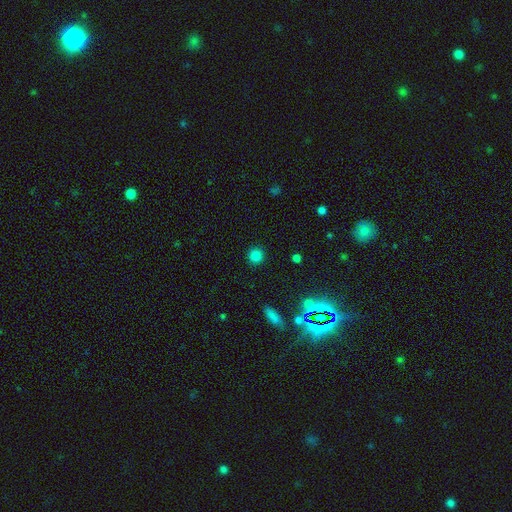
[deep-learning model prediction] The model was most divided on "smooth or featured": smooth: 83%, star or artifact: 13%, featured or disk: 4%. More confident: how rounded — round (93%); merging — none (91%).